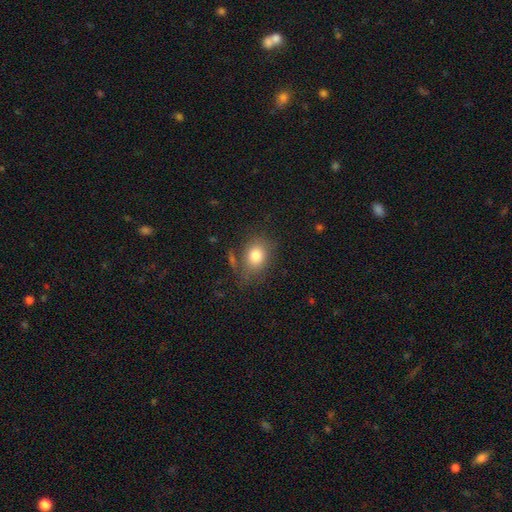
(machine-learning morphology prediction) Smooth or featured?
  - smooth: 80% *
  - star or artifact: 10%
  - featured or disk: 10%
How rounded?
  - in between: 54% *
  - round: 45%
  - cigar-shaped: 1%
Merging?
  - none: 68% *
  - minor disturbance: 19%
  - major disturbance: 7%
  - merger: 5%